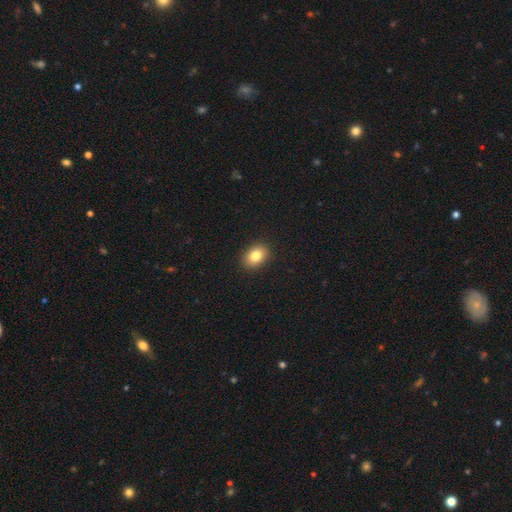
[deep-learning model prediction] Overall: smooth (83%). How rounded: in between (72%). Merging: none (90%).